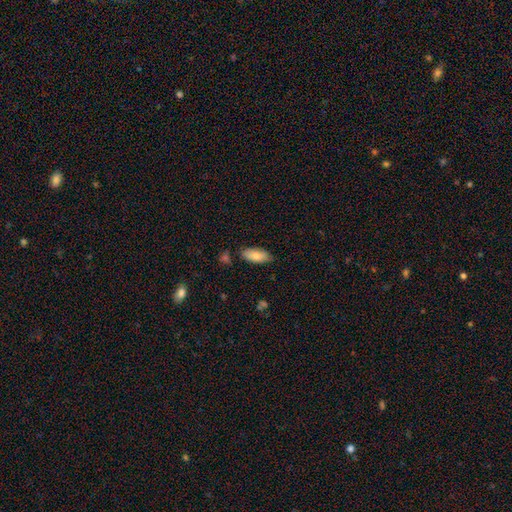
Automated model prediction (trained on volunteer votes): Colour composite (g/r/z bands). It shows a smooth galaxy with no disk features (81%) that is in between round and cigar-shaped (87%). Merging: none (80%).